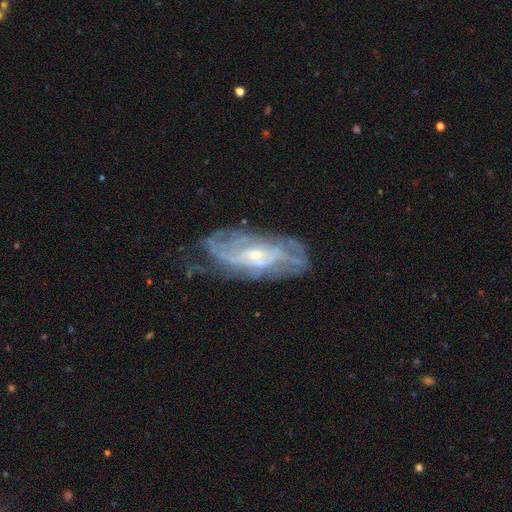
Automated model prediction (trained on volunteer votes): Morphology: type=featured or disk (83%); edge-on=no (90%); bar=no (57%); spiral arms=yes (90%); winding=tight (57%); arm count=can't tell (49%); bulge=small (66%); merging=none (65%).